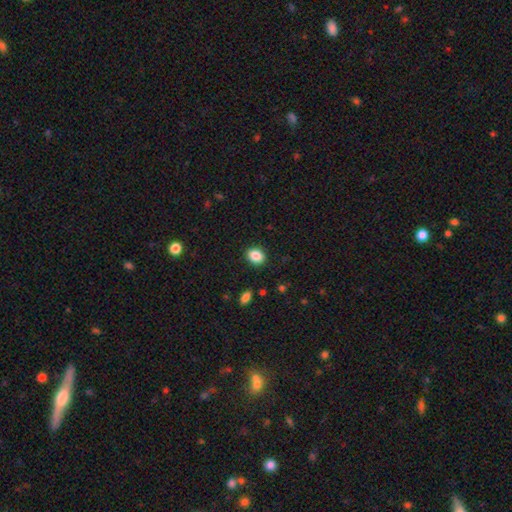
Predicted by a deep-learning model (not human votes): Smooth or featured? smooth (87%)
How rounded? in between (58%)
Merging? none (89%)